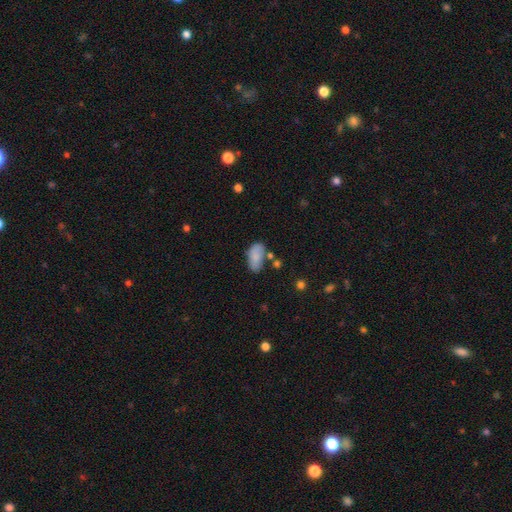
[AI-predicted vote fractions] Morphology: type=smooth (82%); roundness=in between (93%); merging=none (56%).